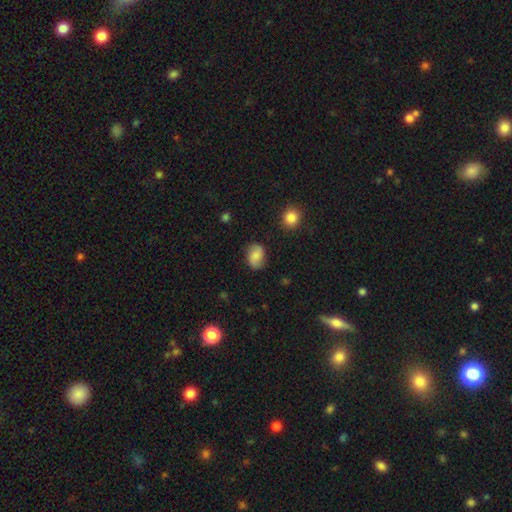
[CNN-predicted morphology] The model was most divided on "smooth or featured": smooth: 67%, featured or disk: 24%, star or artifact: 9%. More confident: merging — none (77%); how rounded — in between (72%).